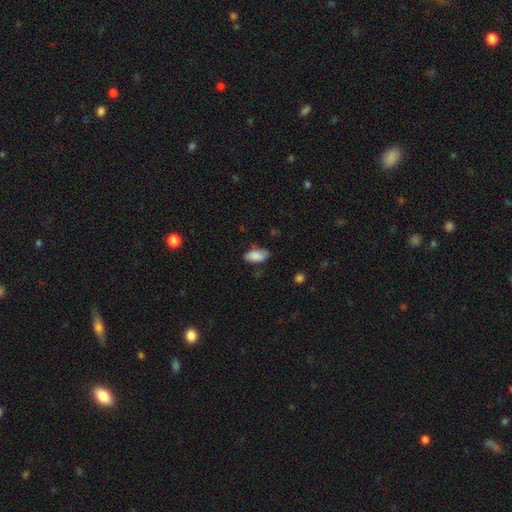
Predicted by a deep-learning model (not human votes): Smooth or featured: smooth — 86% (featured or disk — 7%)
How rounded: in between — 92% (cigar-shaped — 5%)
Merging: none — 71% (minor disturbance — 23%)